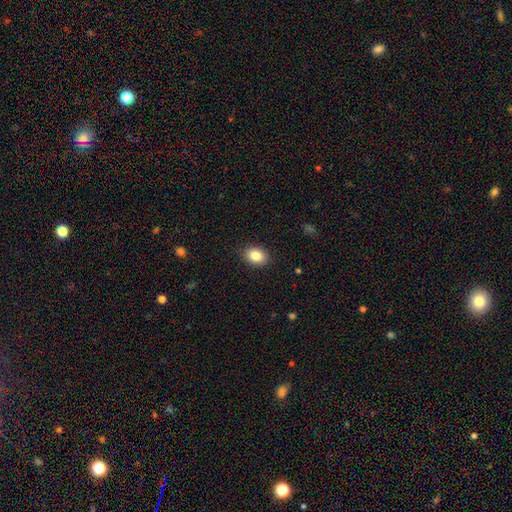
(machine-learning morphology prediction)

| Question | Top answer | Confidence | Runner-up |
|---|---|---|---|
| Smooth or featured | smooth | 85% | star or artifact (9%) |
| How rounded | in between | 68% | round (31%) |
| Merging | none | 89% | minor disturbance (8%) |